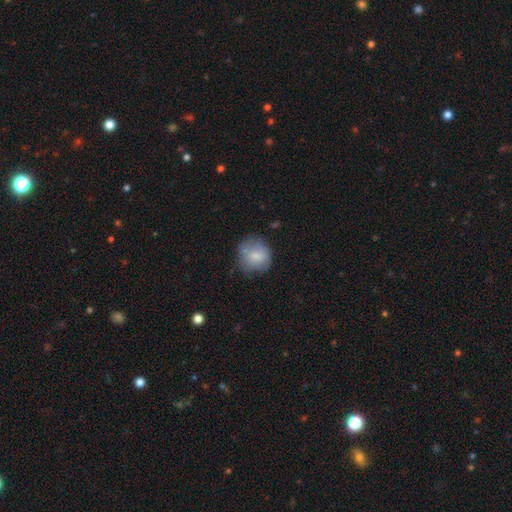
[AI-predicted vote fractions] Morphology: type=smooth (73%); roundness=round (81%); merging=none (62%).